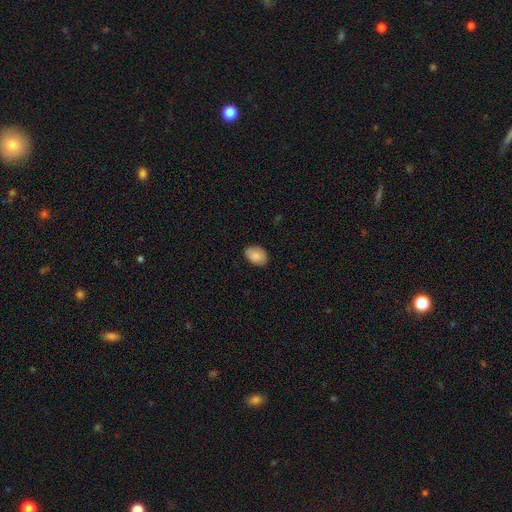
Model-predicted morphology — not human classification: smooth-or-featured: smooth: 87% | star or artifact: 7% | featured or disk: 7%
  how-rounded: in between: 80% | round: 18% | cigar-shaped: 1%
  merging: none: 83% | minor disturbance: 14% | major disturbance: 2% | merger: 1%